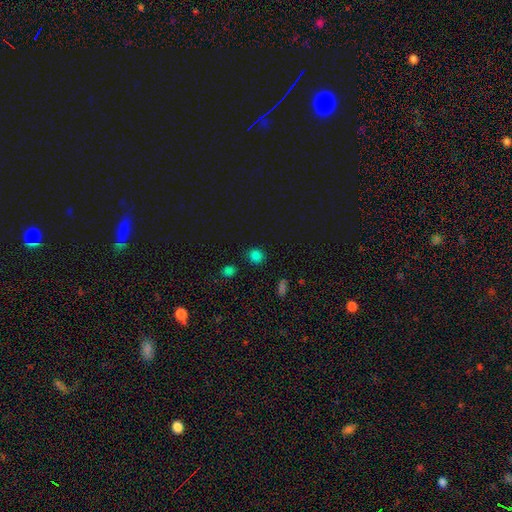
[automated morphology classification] Smooth or featured: smooth — 77% (star or artifact — 20%)
How rounded: round — 85% (in between — 14%)
Merging: none — 84% (minor disturbance — 10%)